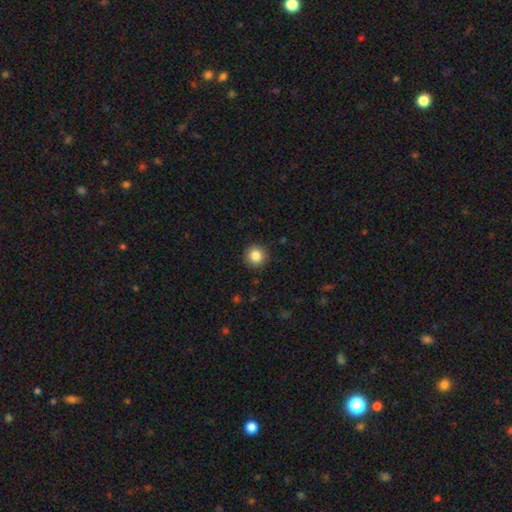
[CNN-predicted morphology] Smooth or featured: smooth — 85% (star or artifact — 10%)
How rounded: round — 94% (in between — 5%)
Merging: none — 91% (minor disturbance — 6%)